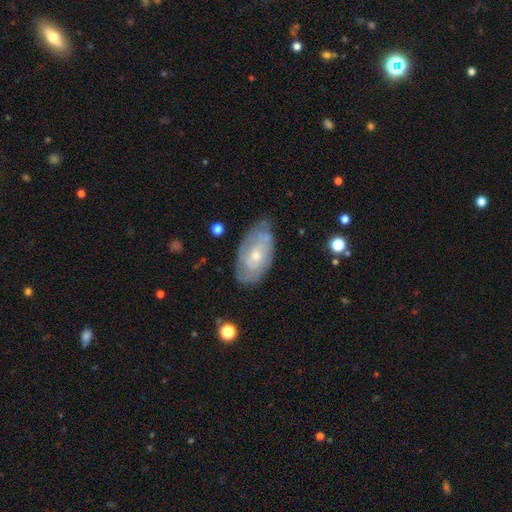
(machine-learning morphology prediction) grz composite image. It shows a featured or disk galaxy (71%) with no bar (69%), tight (63%) spiral arms (81%) and a small central bulge (55%). Merging: none (70%).